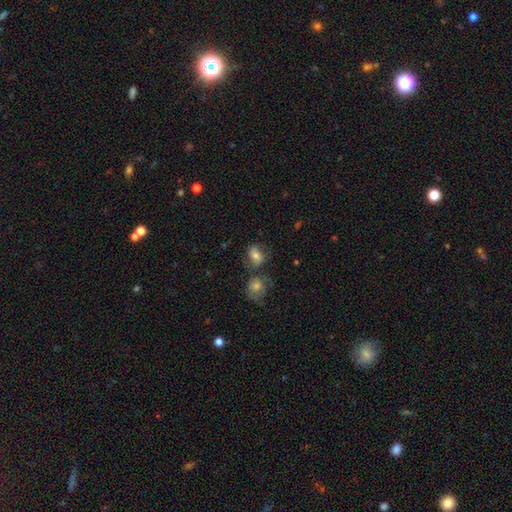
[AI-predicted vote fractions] Morphology: type=smooth (68%); roundness=in between (59%); merging=none (47%).